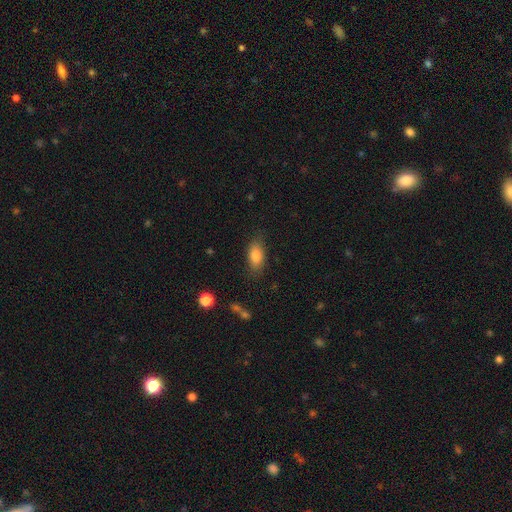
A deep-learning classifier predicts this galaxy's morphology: A smooth galaxy with no disk features (83%) that is in between round and cigar-shaped (87%).

Vote fractions:
- Smooth or featured? smooth: 83% / featured or disk: 10% / star or artifact: 8%
- How rounded? in between: 87% / cigar-shaped: 8% / round: 5%
- Merging? none: 80% / minor disturbance: 15% / major disturbance: 4% / merger: 1%